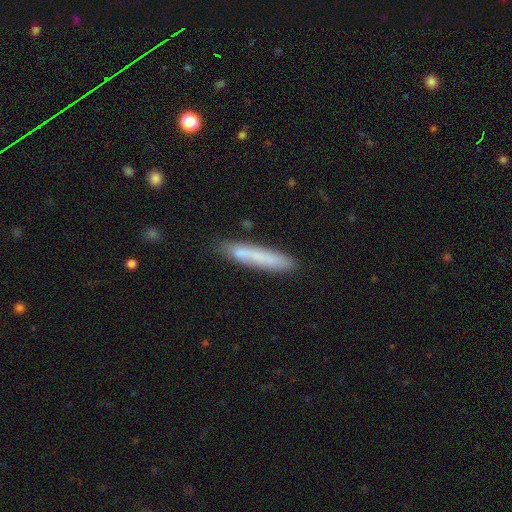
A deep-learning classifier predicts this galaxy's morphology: A smooth galaxy with no disk features (72%) that is cigar-shaped (92%).

Vote fractions:
- Smooth or featured? smooth: 72% / featured or disk: 21% / star or artifact: 7%
- How rounded? cigar-shaped: 92% / in between: 7% / round: 1%
- Merging? none: 81% / minor disturbance: 14% / merger: 3% / major disturbance: 3%